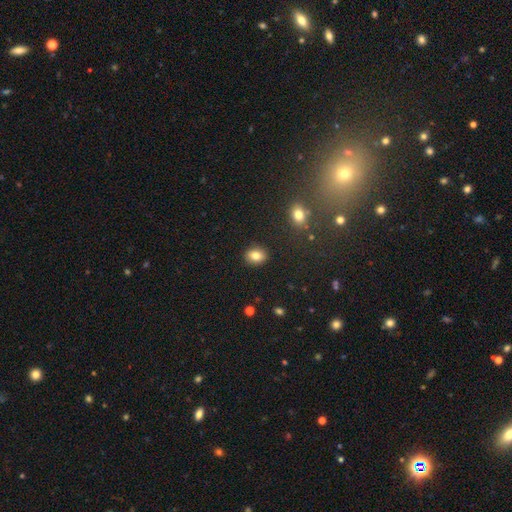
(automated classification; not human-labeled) Q: Smooth or featured?
A: smooth (81%); runner-up: star or artifact (10%)
Q: How rounded?
A: round (50%); runner-up: in between (49%)
Q: Merging?
A: none (89%); runner-up: minor disturbance (7%)